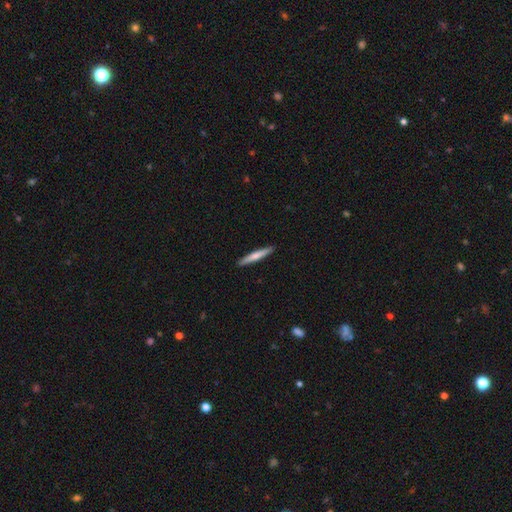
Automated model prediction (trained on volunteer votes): This is likely a smooth galaxy (60%). How rounded: clearly cigar-shaped (94%). Merging: clearly none (92%).